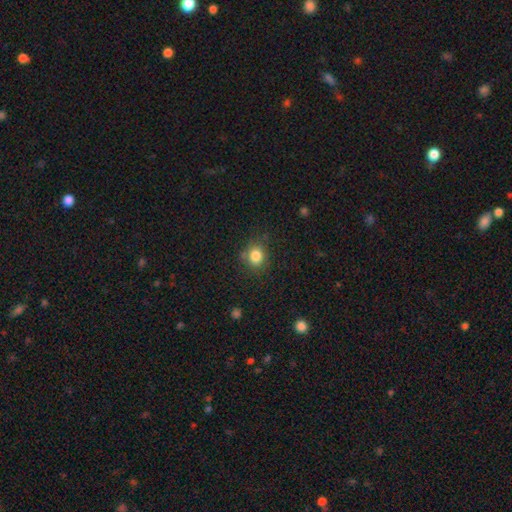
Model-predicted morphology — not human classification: The model was most divided on "how rounded": round: 72%, in between: 27%, cigar-shaped: 1%. More confident: smooth or featured — smooth (83%); merging — none (77%).